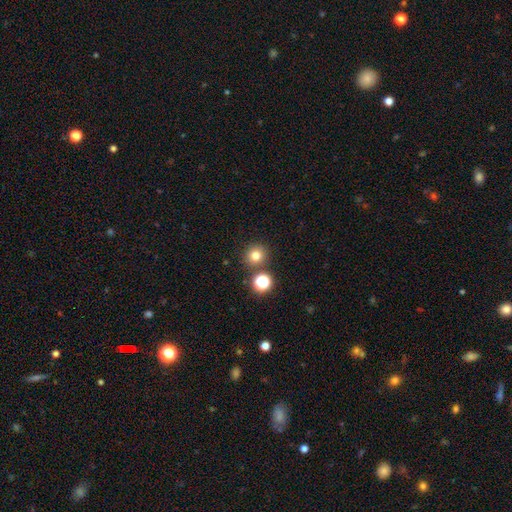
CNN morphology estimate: This is likely a smooth galaxy (77%). How rounded: clearly round (92%). Merging: clearly none (82%).